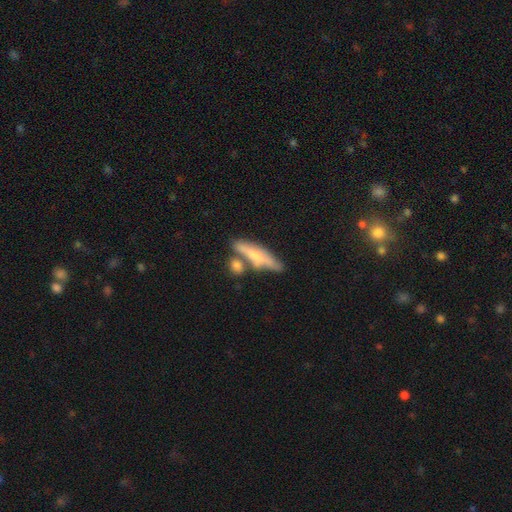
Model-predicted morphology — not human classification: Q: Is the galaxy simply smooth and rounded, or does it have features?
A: smooth — 54%.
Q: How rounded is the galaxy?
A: cigar-shaped — 74%.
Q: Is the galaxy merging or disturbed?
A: none — 52%.